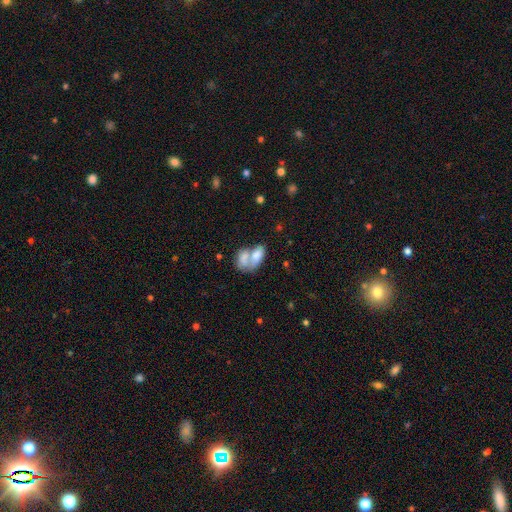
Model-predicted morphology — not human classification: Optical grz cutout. It shows a smooth galaxy with no disk features (71%) that is in between round and cigar-shaped (88%). Merging: merger (69%).